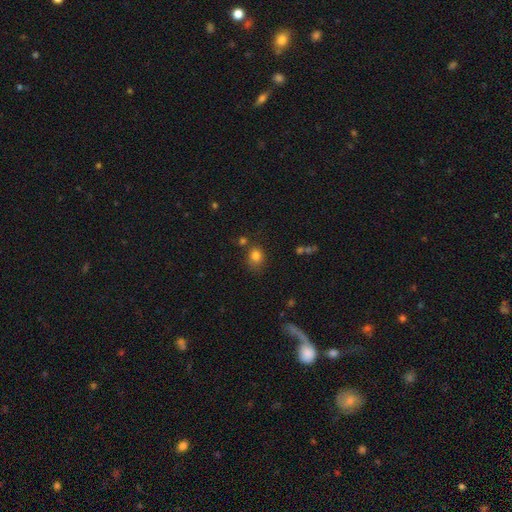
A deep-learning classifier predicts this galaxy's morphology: Smooth or featured? Predicted: smooth (p=0.81). How rounded? Predicted: round (p=0.64). Merging? Predicted: none (p=0.64).